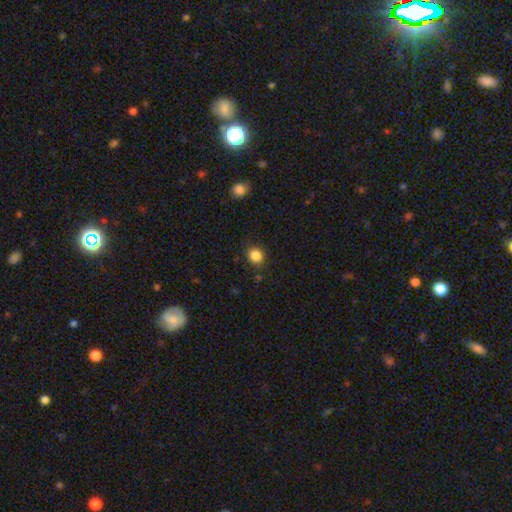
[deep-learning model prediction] smooth-or-featured: smooth: 85% | star or artifact: 11% | featured or disk: 4%
  how-rounded: round: 79% | in between: 21% | cigar-shaped: 1%
  merging: none: 87% | minor disturbance: 9% | major disturbance: 3% | merger: 2%